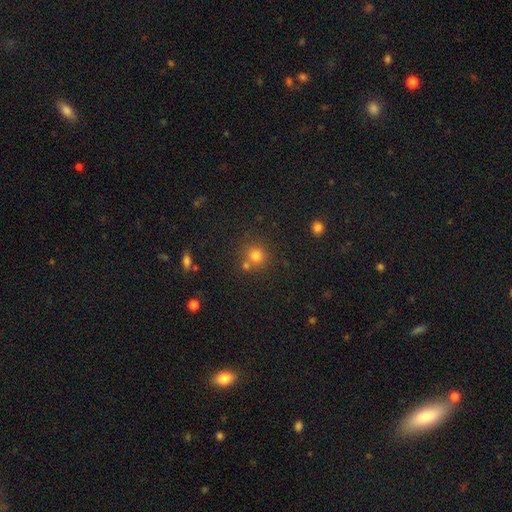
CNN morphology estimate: smooth 77%, star or artifact 16%, featured or disk 7%. Down the decision tree: how rounded — round (91%); merging — none (68%).